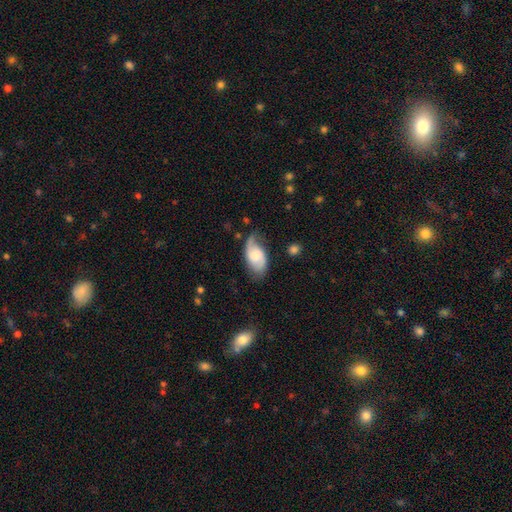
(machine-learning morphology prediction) Q: Smooth or featured?
A: featured or disk (58%); runner-up: smooth (36%)
Q: Edge-on disk?
A: no (95%); runner-up: yes (5%)
Q: Bar?
A: no (59%); runner-up: weak (34%)
Q: Spiral arms?
A: yes (91%); runner-up: no (9%)
Q: Bulge size?
A: moderate (39%); runner-up: small (24%)
Q: Merging?
A: none (58%); runner-up: minor disturbance (29%)